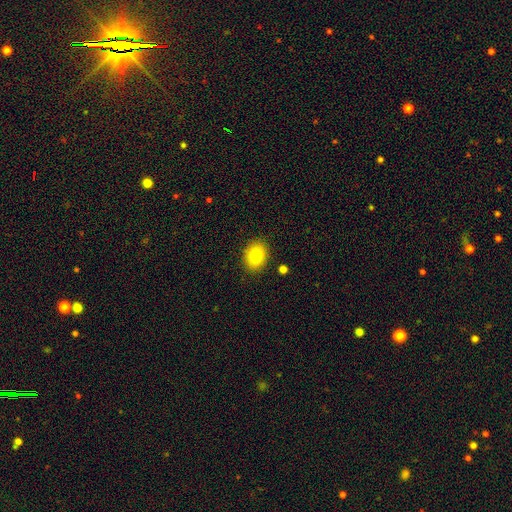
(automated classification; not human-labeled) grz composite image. It shows a smooth galaxy with no disk features (81%) that is in between round and cigar-shaped (59%). Merging: none (88%).